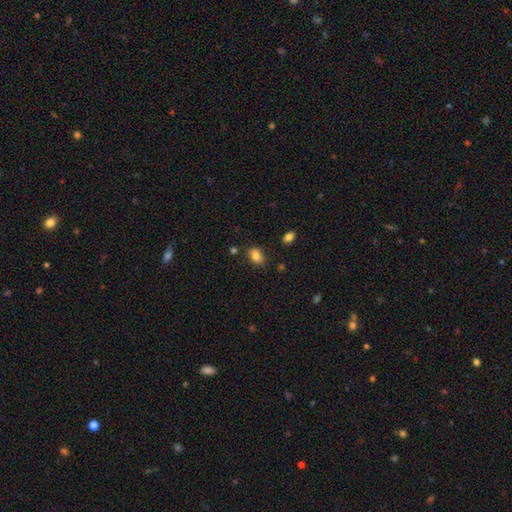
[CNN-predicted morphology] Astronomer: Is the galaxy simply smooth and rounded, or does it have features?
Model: smooth — 83%.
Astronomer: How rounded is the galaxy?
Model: in between — 84%.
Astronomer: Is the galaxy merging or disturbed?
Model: none — 79%.